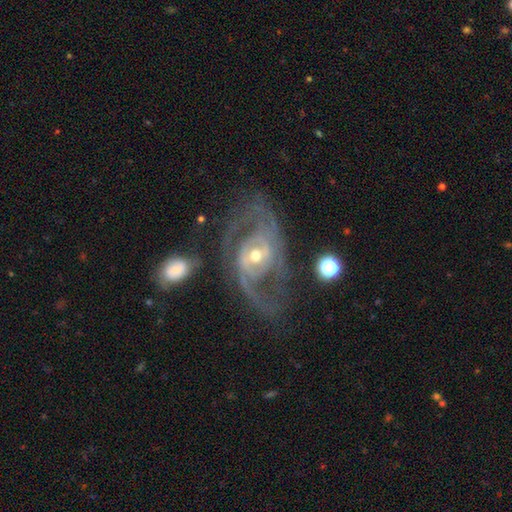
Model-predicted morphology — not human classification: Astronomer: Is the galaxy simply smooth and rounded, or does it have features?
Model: featured or disk — 89%.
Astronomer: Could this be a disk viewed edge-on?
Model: no — 96%.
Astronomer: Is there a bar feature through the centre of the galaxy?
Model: weak — 39% (runner-up: no, 38%).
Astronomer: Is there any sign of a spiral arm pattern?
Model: yes — 91%.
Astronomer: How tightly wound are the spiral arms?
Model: medium — 49% (runner-up: tight, 29%).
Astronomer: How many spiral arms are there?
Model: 2 — 71%.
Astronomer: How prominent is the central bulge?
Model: moderate — 63%.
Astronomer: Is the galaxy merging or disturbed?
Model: none — 60%.